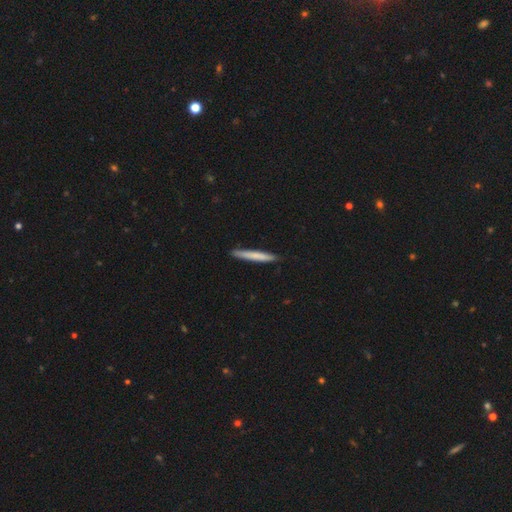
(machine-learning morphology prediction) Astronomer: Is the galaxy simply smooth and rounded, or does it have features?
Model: smooth — 72%.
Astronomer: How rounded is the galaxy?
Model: cigar-shaped — 96%.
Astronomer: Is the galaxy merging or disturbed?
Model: none — 88%.